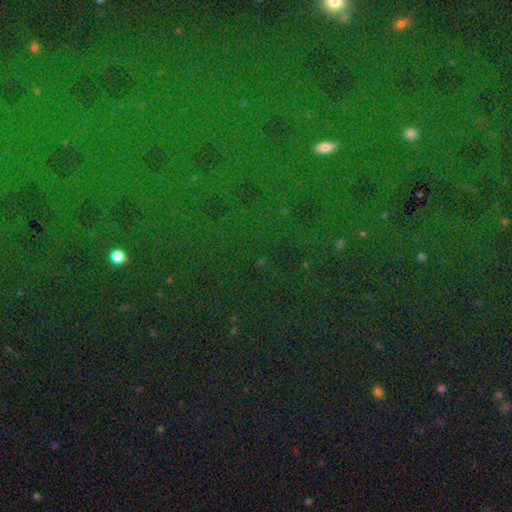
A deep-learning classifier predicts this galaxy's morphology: Smooth or featured: star or artifact — 82% (smooth — 11%)